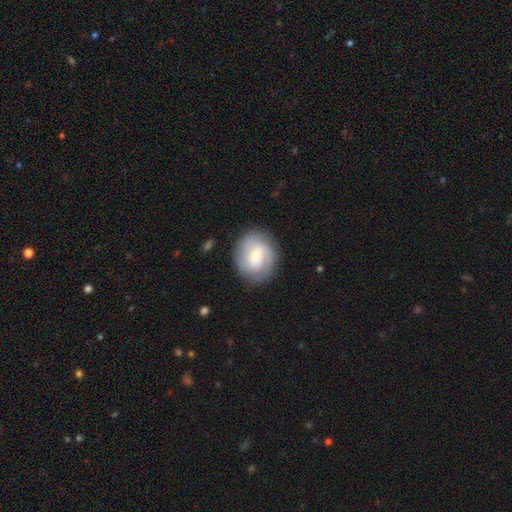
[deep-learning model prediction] Smooth or featured? featured or disk (57%)
Edge-on disk? no (97%)
Bar? no (51%)
Spiral arms? yes (85%)
Bulge size? small (54%)
Merging? none (81%)